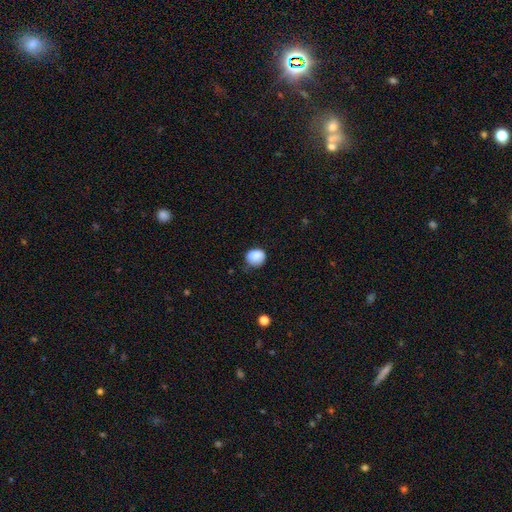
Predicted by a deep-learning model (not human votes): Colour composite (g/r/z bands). It shows a smooth galaxy with no disk features (82%) that is round (70%). Merging: none (61%).